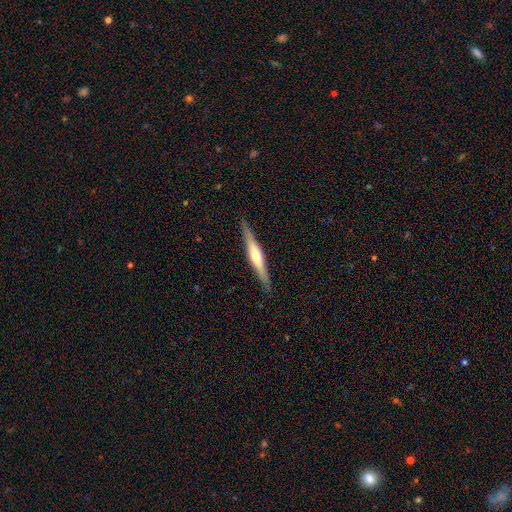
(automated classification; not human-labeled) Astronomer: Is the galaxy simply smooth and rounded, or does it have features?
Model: featured or disk — 66%.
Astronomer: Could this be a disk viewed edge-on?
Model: yes — 97%.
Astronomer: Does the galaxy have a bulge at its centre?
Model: rounded — 80%.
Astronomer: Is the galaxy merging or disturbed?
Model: none — 90%.